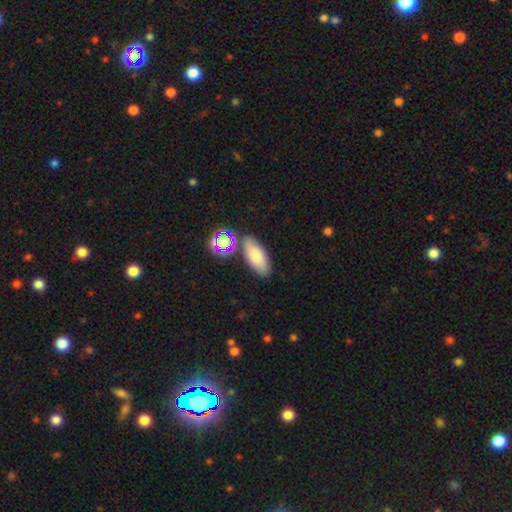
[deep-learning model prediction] Smooth or featured? smooth (76%)
How rounded? in between (84%)
Merging? none (73%)